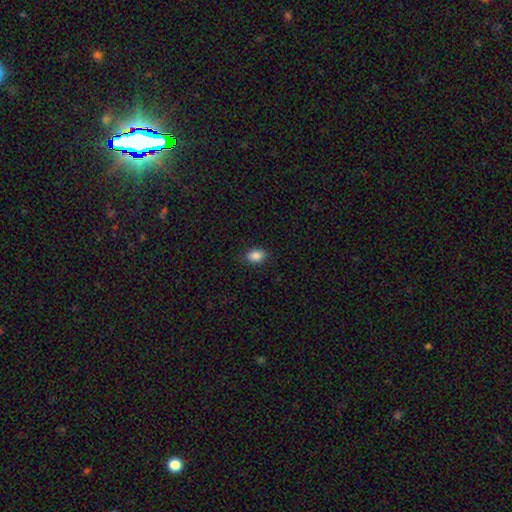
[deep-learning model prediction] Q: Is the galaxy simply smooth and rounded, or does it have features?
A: smooth — 87%.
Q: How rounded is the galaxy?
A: in between — 76%.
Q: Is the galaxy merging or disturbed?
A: none — 84%.